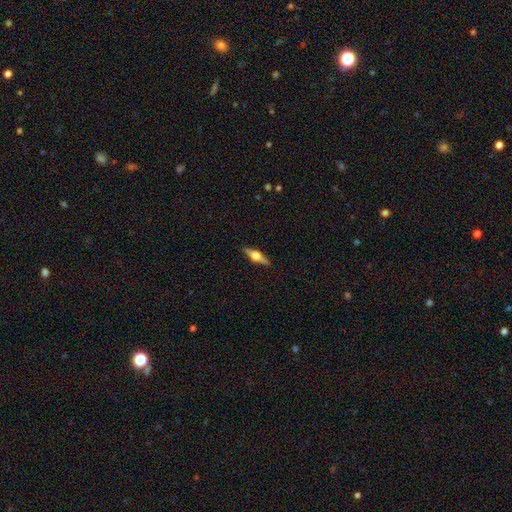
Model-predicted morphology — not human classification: type=featured or disk (69%); edge-on=yes (97%); edge-on bulge=rounded (93%); merging=none (89%).